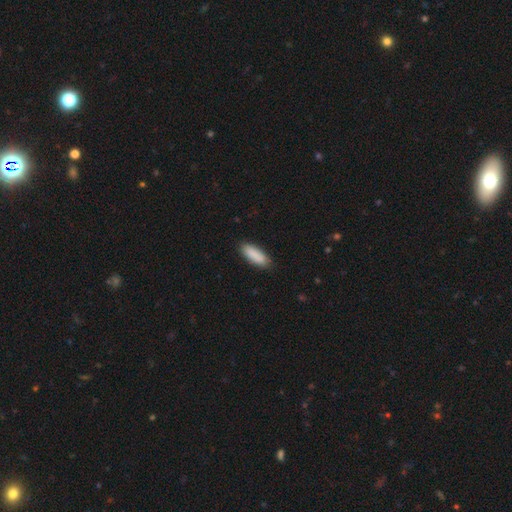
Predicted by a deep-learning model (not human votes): Smooth or featured: smooth — 90% (star or artifact — 6%)
How rounded: in between — 69% (cigar-shaped — 29%)
Merging: none — 84% (minor disturbance — 12%)